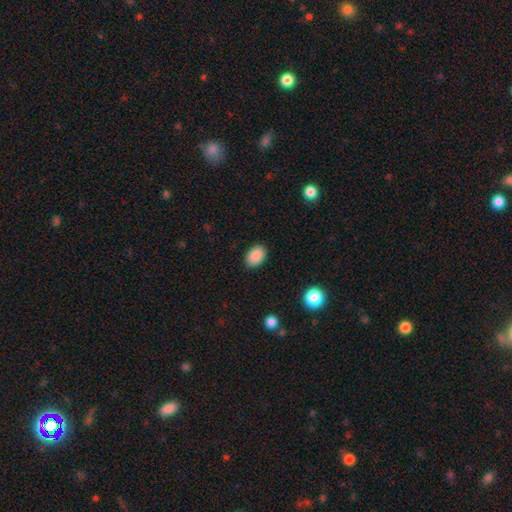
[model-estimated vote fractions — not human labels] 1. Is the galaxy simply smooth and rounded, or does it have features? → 89% smooth, 8% star or artifact, 4% featured or disk.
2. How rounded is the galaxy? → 83% in between, 16% round, 1% cigar-shaped.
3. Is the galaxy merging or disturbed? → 88% none, 9% minor disturbance, 2% major disturbance, 1% merger.